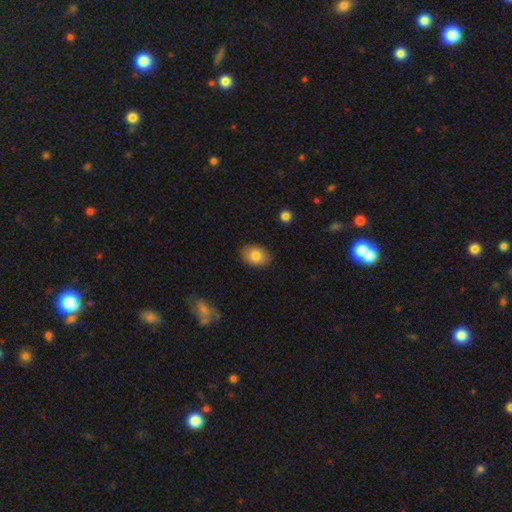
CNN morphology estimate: Smooth or featured?
  - smooth: 82% *
  - featured or disk: 11%
  - star or artifact: 8%
How rounded?
  - in between: 72% *
  - round: 27%
  - cigar-shaped: 1%
Merging?
  - none: 86% *
  - minor disturbance: 11%
  - major disturbance: 2%
  - merger: 1%